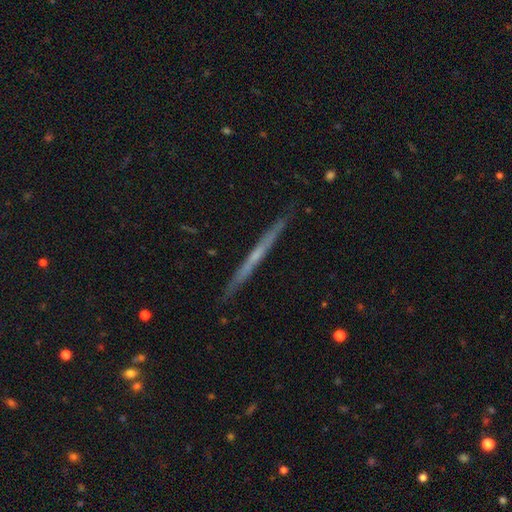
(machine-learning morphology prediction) A featured or disk galaxy (66%) viewed edge-on (98%) with no central bulge (72%).

Vote fractions:
- Smooth or featured? featured or disk: 66% / smooth: 28% / star or artifact: 6%
- Edge-on disk? yes: 98% / no: 2%
- Edge-on bulge? none: 72% / rounded: 24% / boxy: 4%
- Merging? none: 90% / minor disturbance: 7% / major disturbance: 1% / merger: 1%